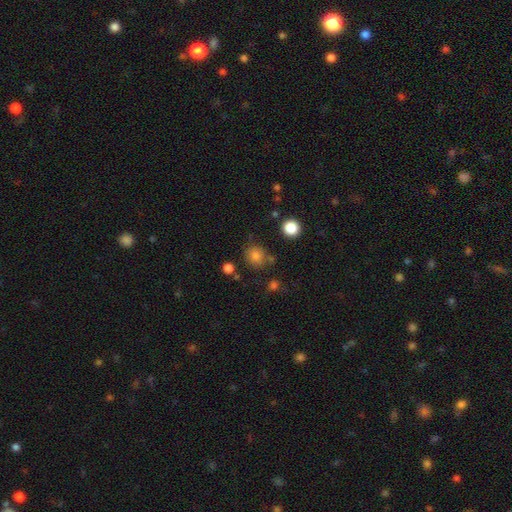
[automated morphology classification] smooth-or-featured: smooth: 81% | star or artifact: 14% | featured or disk: 6%
  how-rounded: round: 81% | in between: 18% | cigar-shaped: 1%
  merging: none: 76% | minor disturbance: 13% | merger: 7% | major disturbance: 4%